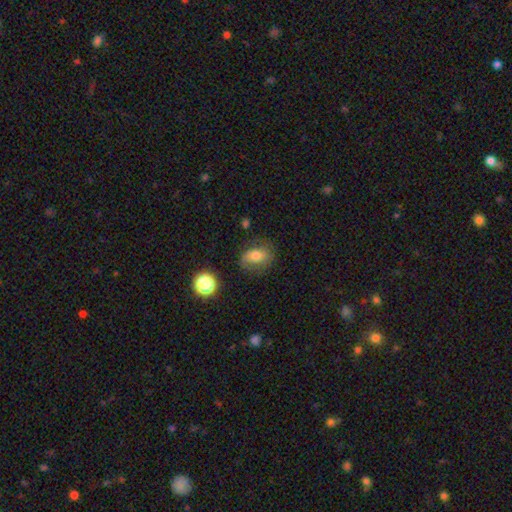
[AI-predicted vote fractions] A smooth galaxy with no disk features (66%) that is in between round and cigar-shaped (72%).

Vote fractions:
- Smooth or featured? smooth: 66% / featured or disk: 22% / star or artifact: 12%
- How rounded? in between: 72% / round: 26% / cigar-shaped: 2%
- Merging? none: 66% / minor disturbance: 22% / major disturbance: 9% / merger: 2%